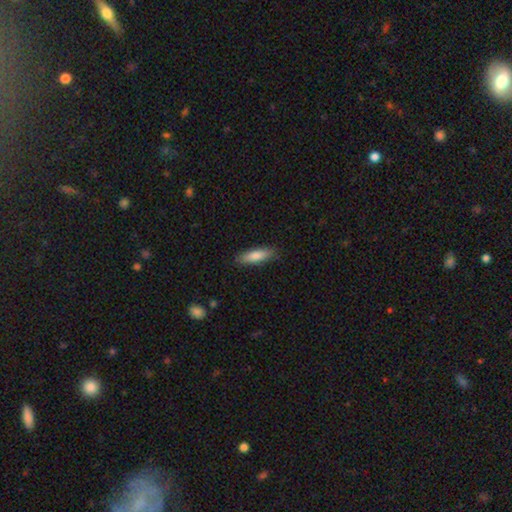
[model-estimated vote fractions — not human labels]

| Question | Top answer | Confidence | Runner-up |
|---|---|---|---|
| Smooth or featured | smooth | 80% | featured or disk (14%) |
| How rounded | cigar-shaped | 64% | in between (35%) |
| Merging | none | 88% | minor disturbance (9%) |